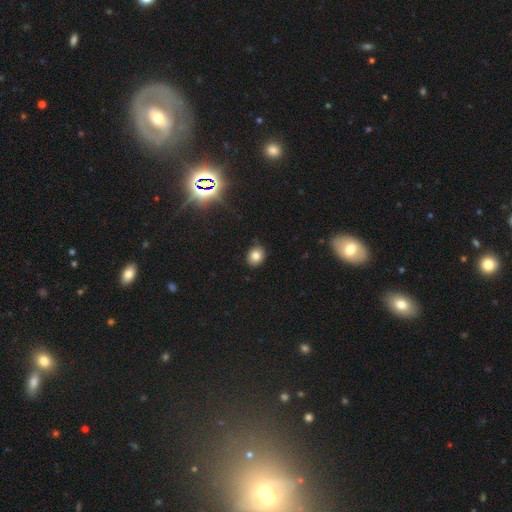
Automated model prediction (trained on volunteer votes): This appears to be a smooth galaxy with no disk features (80%) that is round (59%). Merging: none (86%).